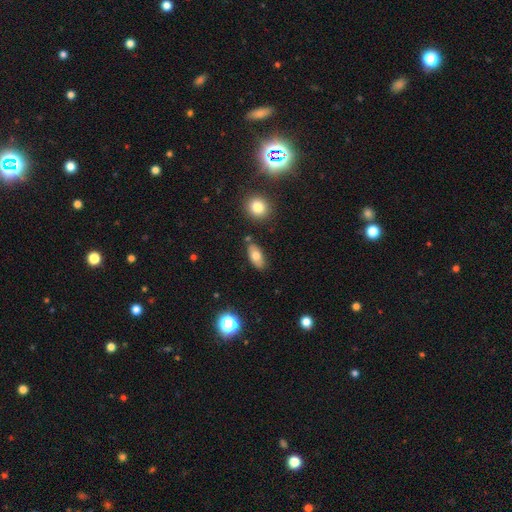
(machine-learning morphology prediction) Smooth or featured? smooth (73%)
How rounded? in between (87%)
Merging? none (81%)